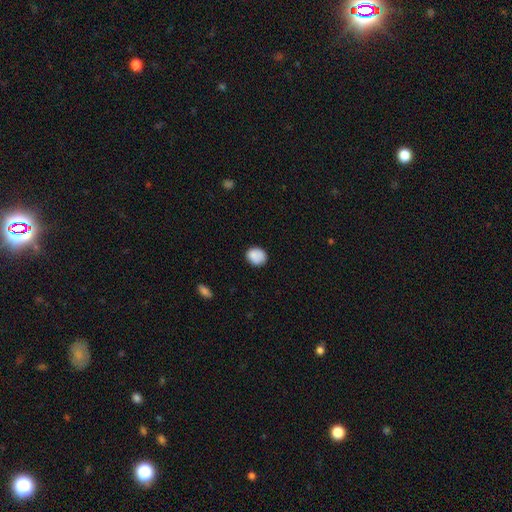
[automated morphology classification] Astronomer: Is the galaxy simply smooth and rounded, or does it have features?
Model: smooth — 86%.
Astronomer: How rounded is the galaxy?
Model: round — 66%.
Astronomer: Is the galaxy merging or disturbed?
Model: none — 78%.